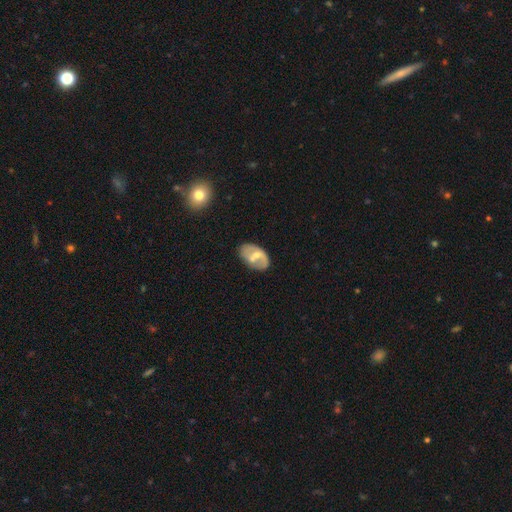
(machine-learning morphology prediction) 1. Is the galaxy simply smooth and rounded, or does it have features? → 52% featured or disk, 41% smooth, 7% star or artifact.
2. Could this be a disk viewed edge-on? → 95% no, 5% yes.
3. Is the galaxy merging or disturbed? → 54% none, 24% minor disturbance, 12% merger, 10% major disturbance.